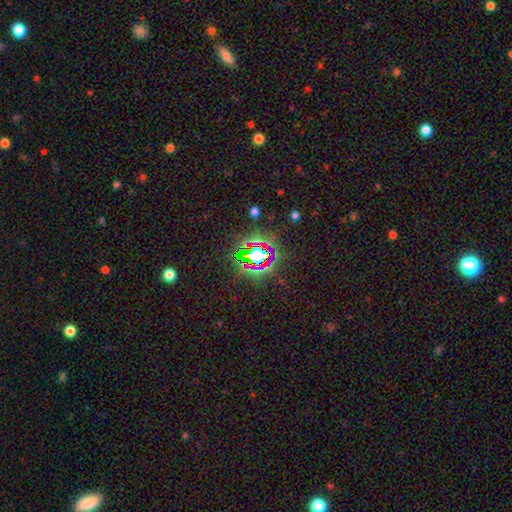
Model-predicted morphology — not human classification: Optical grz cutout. It shows a star or artifact, not a galaxy (74%).